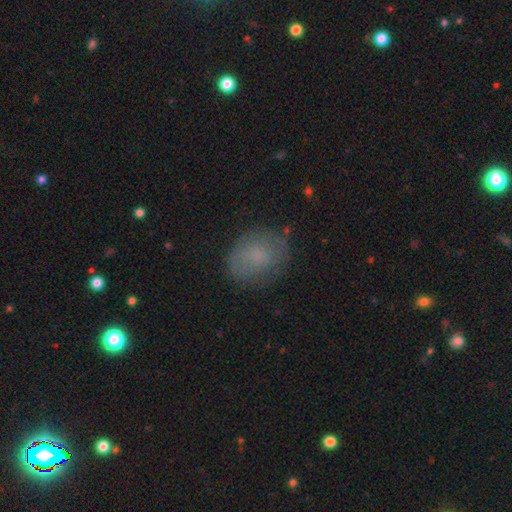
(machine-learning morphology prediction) A smooth galaxy with no disk features (69%) that is in between round and cigar-shaped (58%).

Vote fractions:
- Smooth or featured? smooth: 69% / featured or disk: 19% / star or artifact: 11%
- How rounded? in between: 58% / round: 41% / cigar-shaped: 1%
- Merging? none: 74% / minor disturbance: 18% / major disturbance: 6% / merger: 1%